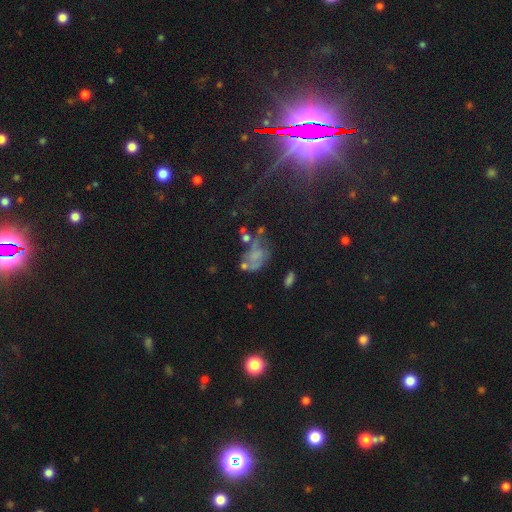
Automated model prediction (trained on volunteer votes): smooth_or_featured: featured or disk (p=0.40) [alt: smooth p=0.39]
merging: none (p=0.30) [alt: major disturbance p=0.29]